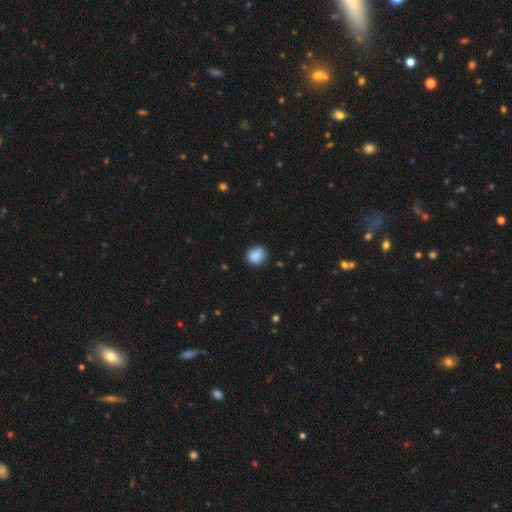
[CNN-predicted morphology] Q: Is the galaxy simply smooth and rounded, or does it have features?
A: smooth — 87%.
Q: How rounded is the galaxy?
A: round — 70%.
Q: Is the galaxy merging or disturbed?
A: none — 77%.